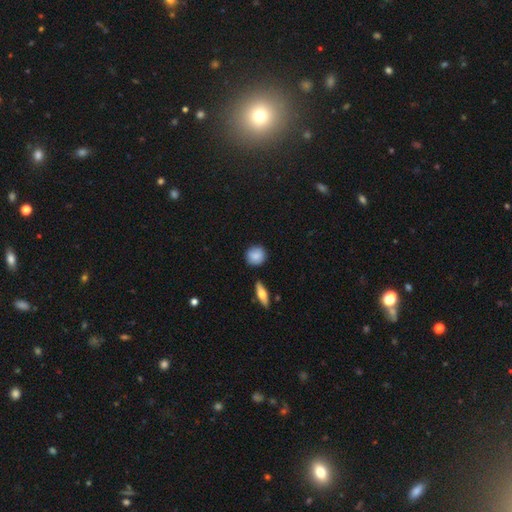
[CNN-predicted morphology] Q: Smooth or featured?
A: smooth (83%); runner-up: featured or disk (11%)
Q: How rounded?
A: round (85%); runner-up: in between (13%)
Q: Merging?
A: none (83%); runner-up: minor disturbance (12%)